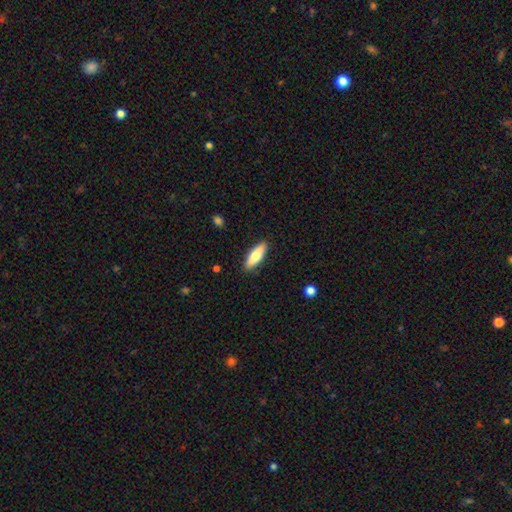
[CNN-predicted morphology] smooth 75%, featured or disk 20%, star or artifact 6%. Down the decision tree: how rounded — in between (55%); merging — none (88%).